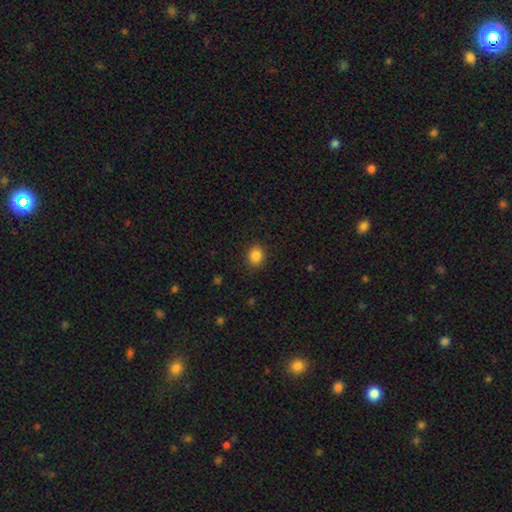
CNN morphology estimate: smooth 86%, star or artifact 10%, featured or disk 4%. Down the decision tree: how rounded — round (68%); merging — none (88%).